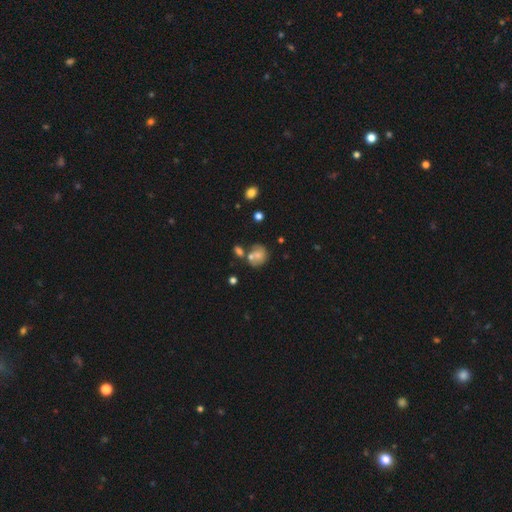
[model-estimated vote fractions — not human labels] The model was most divided on "merging": none: 42%, merger: 32%, minor disturbance: 18%, major disturbance: 9%. More confident: how rounded — round (64%); smooth or featured — smooth (51%).